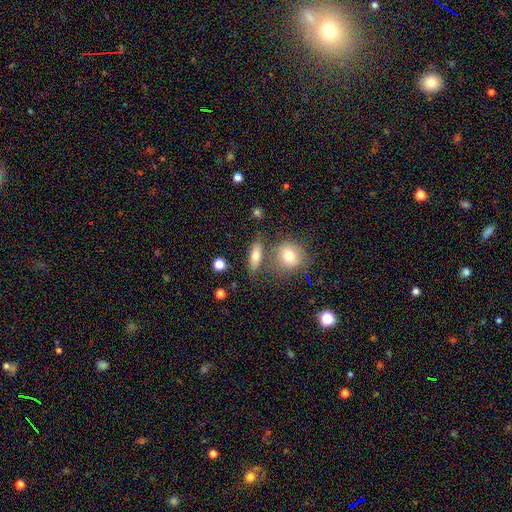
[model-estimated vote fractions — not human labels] A smooth galaxy with no disk features (68%) that is in between round and cigar-shaped (50%).

Vote fractions:
- Smooth or featured? smooth: 68% / featured or disk: 21% / star or artifact: 10%
- How rounded? in between: 50% / cigar-shaped: 37% / round: 13%
- Merging? none: 70% / merger: 14% / minor disturbance: 12% / major disturbance: 5%